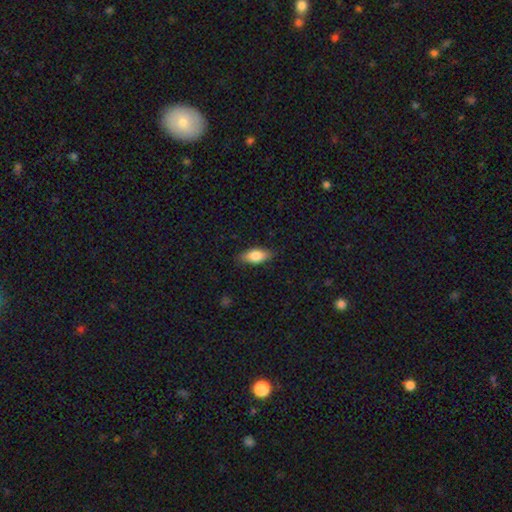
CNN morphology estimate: Q: Smooth or featured?
A: smooth (79%); runner-up: featured or disk (14%)
Q: How rounded?
A: in between (83%); runner-up: cigar-shaped (13%)
Q: Merging?
A: none (84%); runner-up: minor disturbance (12%)